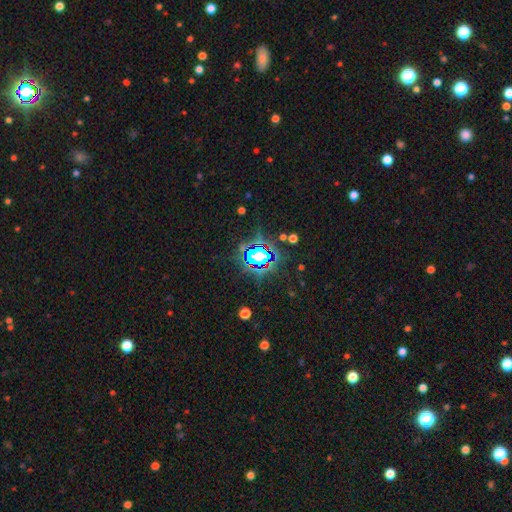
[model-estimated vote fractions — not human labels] Overall: star or artifact (79%).